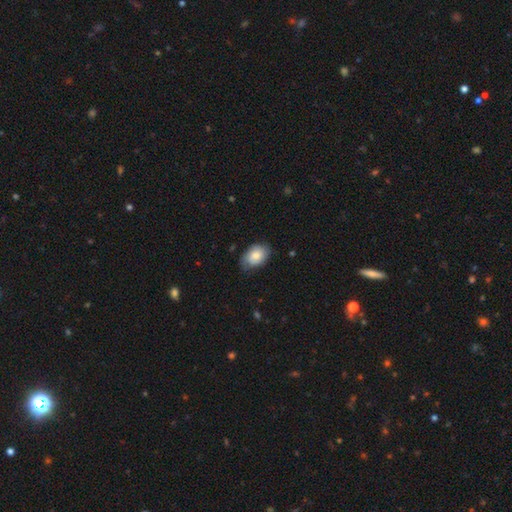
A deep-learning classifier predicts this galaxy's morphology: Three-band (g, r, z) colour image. It shows a smooth galaxy with no disk features (74%) that is in between round and cigar-shaped (85%). Merging: none (68%).